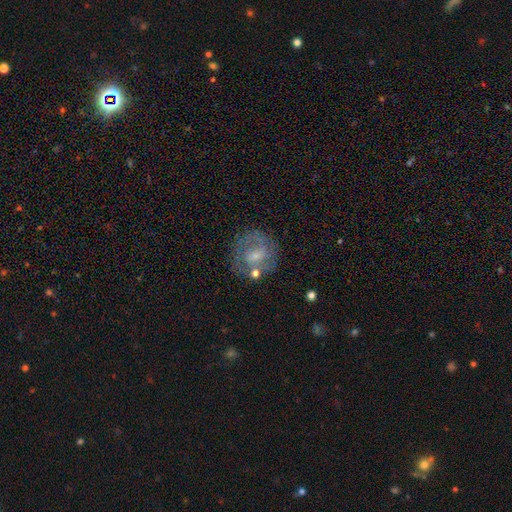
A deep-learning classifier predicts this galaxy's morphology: Smooth or featured? featured or disk (58%)
Edge-on disk? no (97%)
Bar? weak (49%)
Spiral arms? yes (64%)
Bulge size? small (57%)
Merging? none (65%)